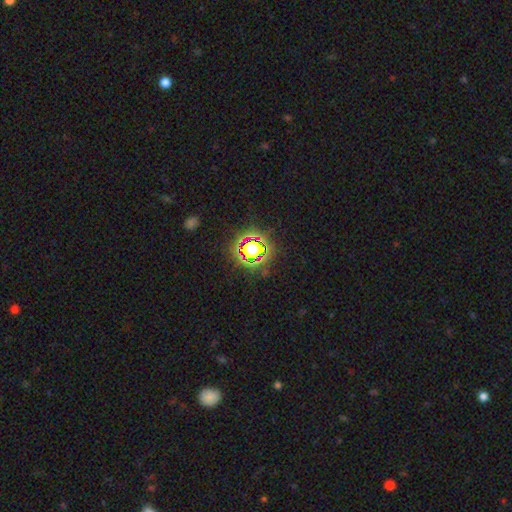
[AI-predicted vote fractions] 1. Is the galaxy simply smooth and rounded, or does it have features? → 76% star or artifact, 16% smooth, 9% featured or disk.